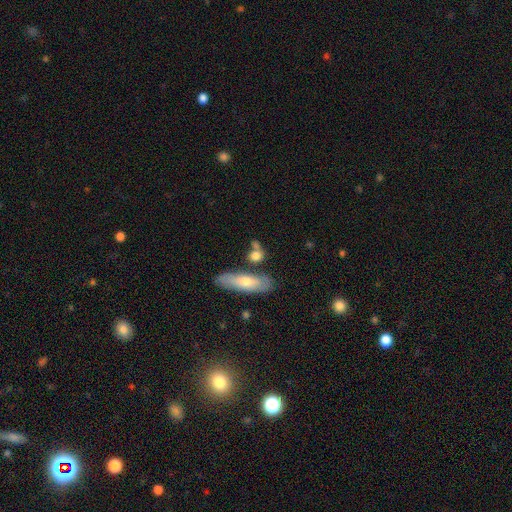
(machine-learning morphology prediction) The model was most divided on "how rounded" (2-way tie): in between: 38%, round: 38%, cigar-shaped: 24%. More confident: smooth or featured — smooth (72%); merging — none (61%).